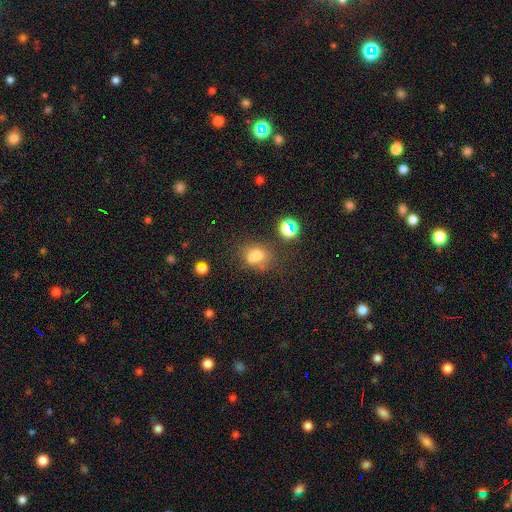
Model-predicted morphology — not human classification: This is likely a smooth galaxy (64%). How rounded: likely round (64%). Merging: marginally merger (42%).